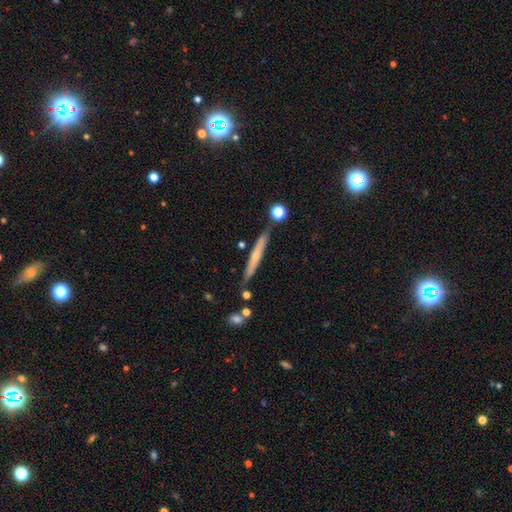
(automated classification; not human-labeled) Smooth or featured? featured or disk (51%)
Edge-on disk? yes (94%)
Merging? none (80%)